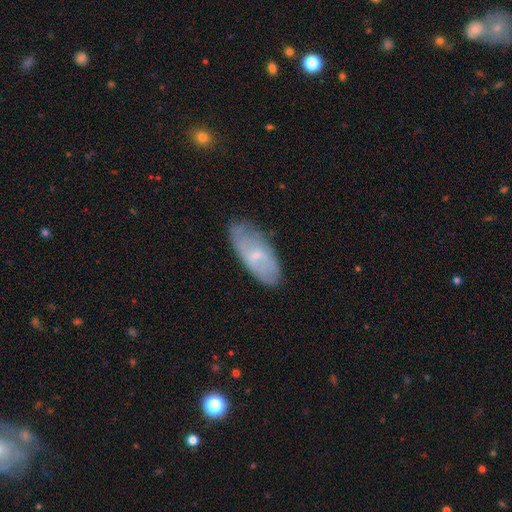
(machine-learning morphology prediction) Q: Smooth or featured?
A: smooth (49%); runner-up: featured or disk (44%)
Q: Merging?
A: none (72%); runner-up: minor disturbance (22%)